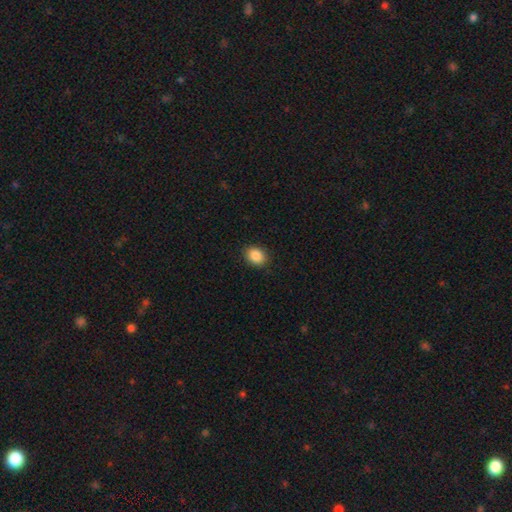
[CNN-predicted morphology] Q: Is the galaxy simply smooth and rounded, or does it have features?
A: smooth — 88%.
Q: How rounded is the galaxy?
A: in between — 59%.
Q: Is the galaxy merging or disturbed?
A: none — 90%.